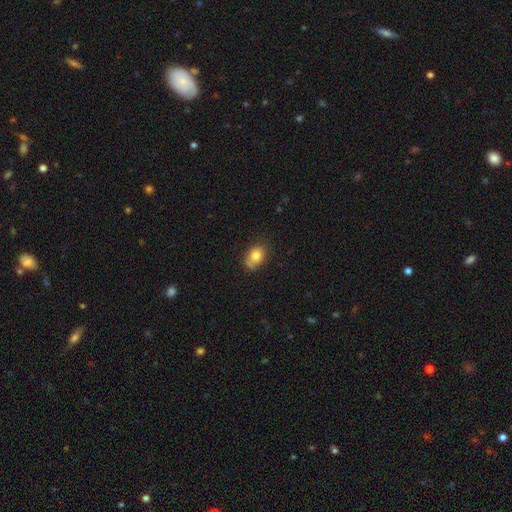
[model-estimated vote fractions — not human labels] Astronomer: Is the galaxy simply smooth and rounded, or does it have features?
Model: smooth — 80%.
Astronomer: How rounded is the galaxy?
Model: in between — 73%.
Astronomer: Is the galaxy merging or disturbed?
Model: none — 59%.